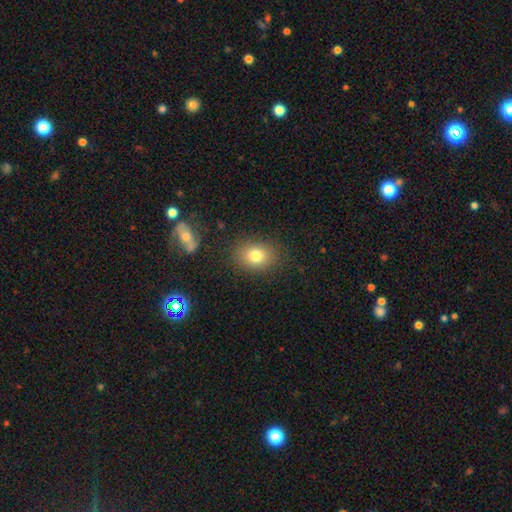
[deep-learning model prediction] smooth 79%, star or artifact 11%, featured or disk 10%. Down the decision tree: how rounded — in between (56%); merging — none (85%).